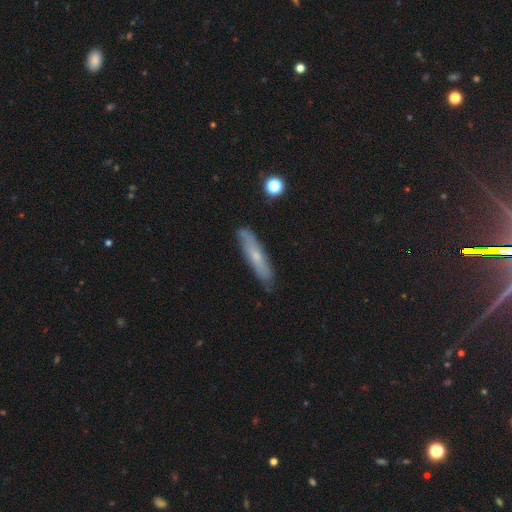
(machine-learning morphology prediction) Smooth or featured? smooth (52%)
How rounded? cigar-shaped (85%)
Merging? none (82%)